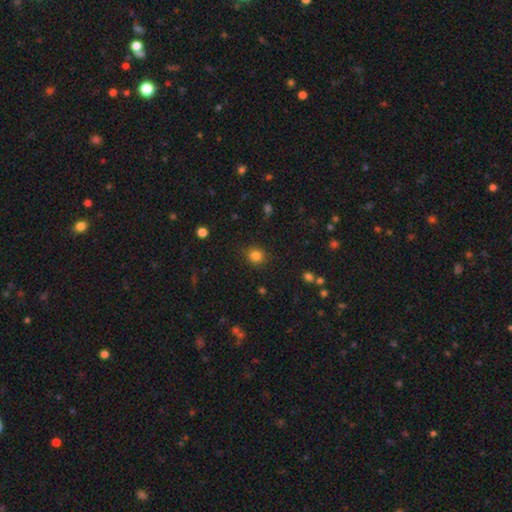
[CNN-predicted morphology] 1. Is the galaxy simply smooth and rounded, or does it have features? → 83% smooth, 13% star or artifact, 4% featured or disk.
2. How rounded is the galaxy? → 84% round, 15% in between, 1% cigar-shaped.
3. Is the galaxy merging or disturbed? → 86% none, 9% minor disturbance, 3% major disturbance, 1% merger.